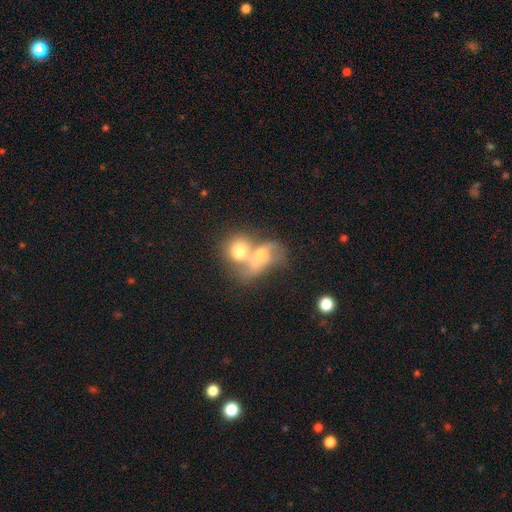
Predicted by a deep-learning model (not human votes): smooth 51%, featured or disk 37%, star or artifact 11%. Down the decision tree: how rounded — in between (55%); merging — merger (75%).